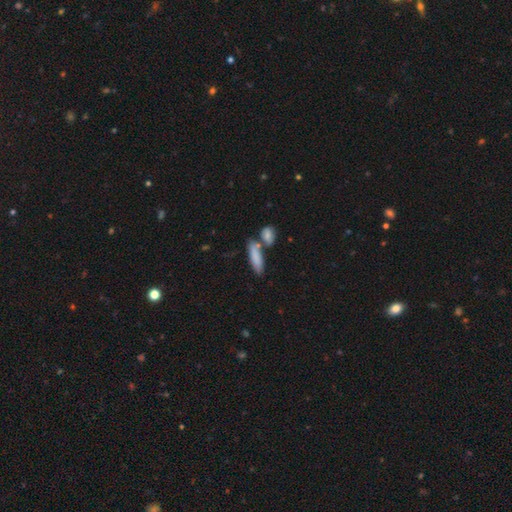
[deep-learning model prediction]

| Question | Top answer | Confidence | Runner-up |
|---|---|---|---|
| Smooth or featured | smooth | 81% | featured or disk (12%) |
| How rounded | cigar-shaped | 53% | in between (44%) |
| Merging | none | 60% | merger (23%) |